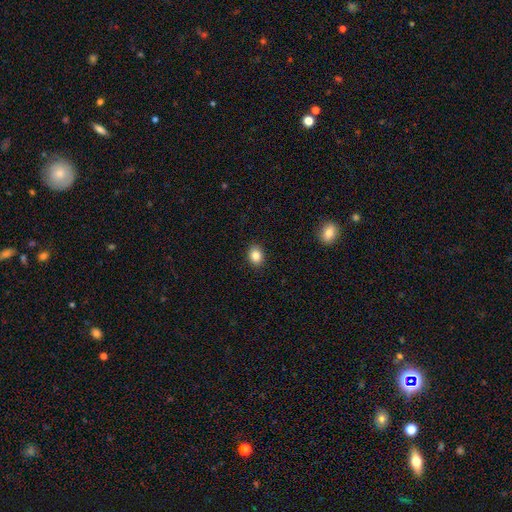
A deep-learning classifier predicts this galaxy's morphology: smooth-or-featured: smooth: 85% | star or artifact: 9% | featured or disk: 6%
  how-rounded: in between: 52% | round: 47% | cigar-shaped: 1%
  merging: none: 91% | minor disturbance: 7% | major disturbance: 2% | merger: 1%